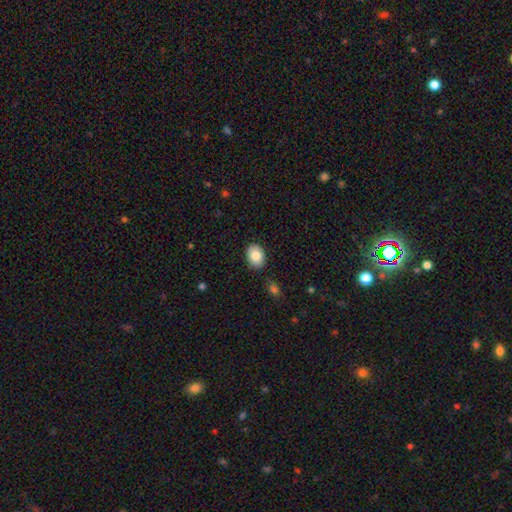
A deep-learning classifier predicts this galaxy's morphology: smooth-or-featured: smooth: 83% | featured or disk: 9% | star or artifact: 7%
  how-rounded: in between: 76% | round: 23% | cigar-shaped: 1%
  merging: none: 86% | minor disturbance: 10% | major disturbance: 2% | merger: 2%